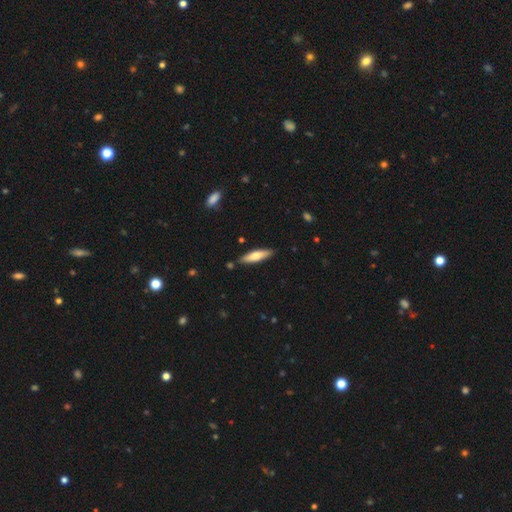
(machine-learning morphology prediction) Smooth or featured?
  - smooth: 65% *
  - featured or disk: 30%
  - star or artifact: 5%
How rounded?
  - cigar-shaped: 70% *
  - in between: 29%
  - round: 1%
Merging?
  - none: 87% *
  - minor disturbance: 9%
  - merger: 2%
  - major disturbance: 2%